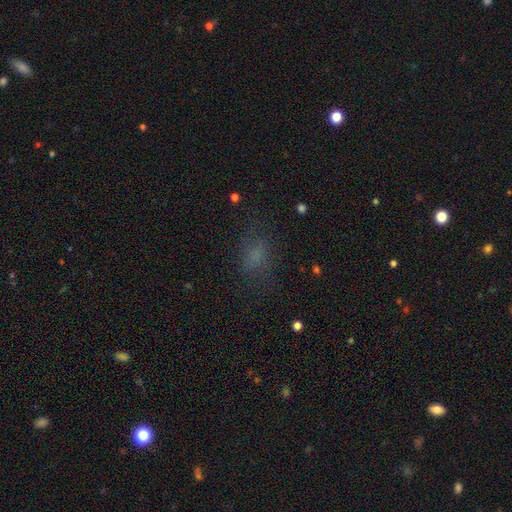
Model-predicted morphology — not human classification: This appears to be a smooth galaxy with no disk features (65%) that is in between round and cigar-shaped (69%). Merging: none (66%).